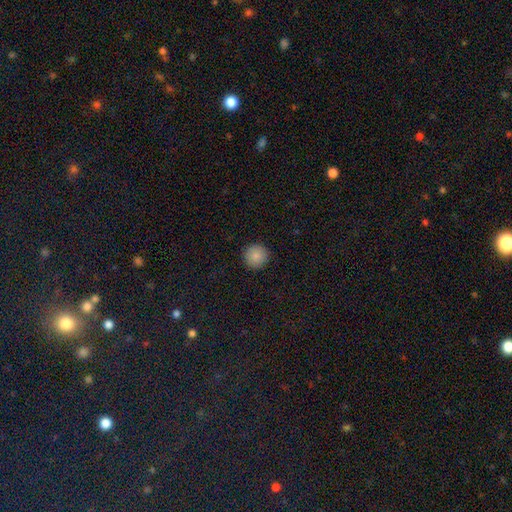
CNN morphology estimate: Q: Smooth or featured?
A: smooth (87%); runner-up: star or artifact (9%)
Q: How rounded?
A: round (96%); runner-up: in between (3%)
Q: Merging?
A: none (93%); runner-up: minor disturbance (5%)